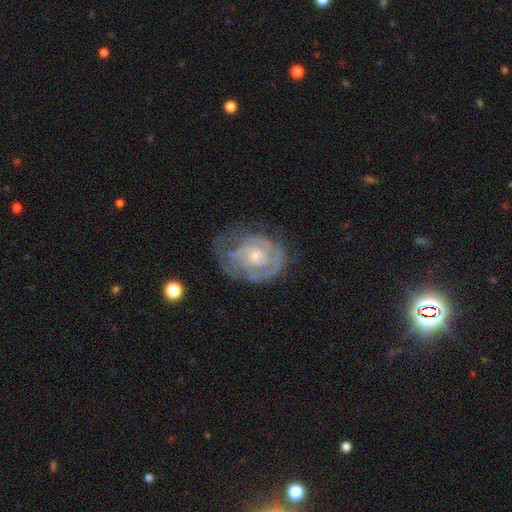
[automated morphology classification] The model was most divided on "bulge size": small: 54%, moderate: 39%, none: 4%, large: 2%, dominant: 1%. More confident: edge-on disk — no (97%); bar — no (77%); smooth or featured — featured or disk (72%); spiral arms — yes (71%); merging — none (51%).